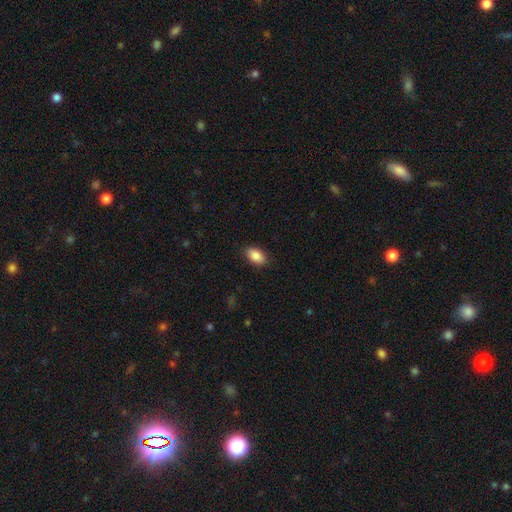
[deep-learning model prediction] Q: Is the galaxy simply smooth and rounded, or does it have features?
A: smooth — 88%.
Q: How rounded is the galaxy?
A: in between — 92%.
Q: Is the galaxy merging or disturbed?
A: none — 88%.